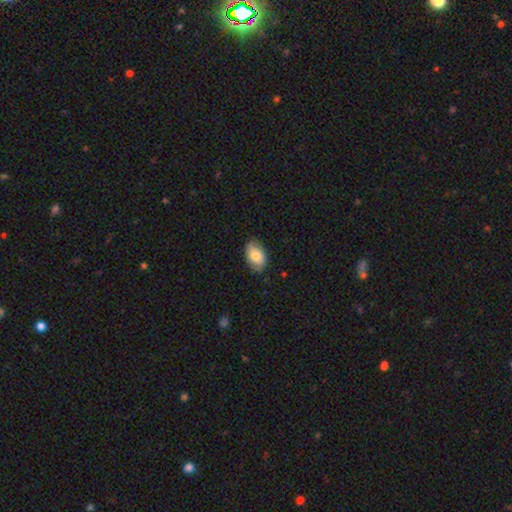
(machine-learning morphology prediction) Smooth or featured? Predicted: smooth (p=0.77). How rounded? Predicted: in between (p=0.91). Merging? Predicted: none (p=0.76).